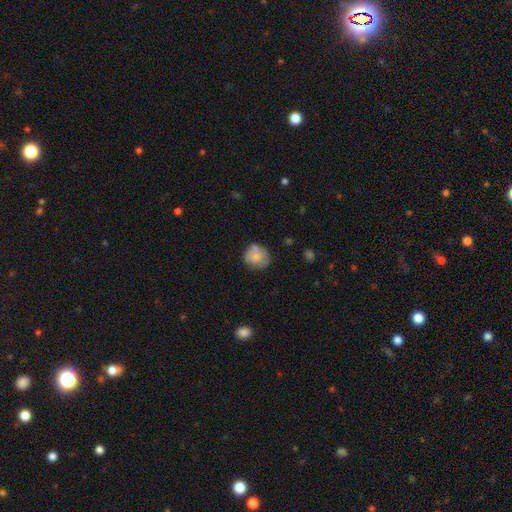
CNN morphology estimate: Smooth or featured?
  - smooth: 70% *
  - featured or disk: 22%
  - star or artifact: 7%
How rounded?
  - round: 82% *
  - in between: 17%
  - cigar-shaped: 1%
Merging?
  - none: 63% *
  - minor disturbance: 24%
  - merger: 7%
  - major disturbance: 6%